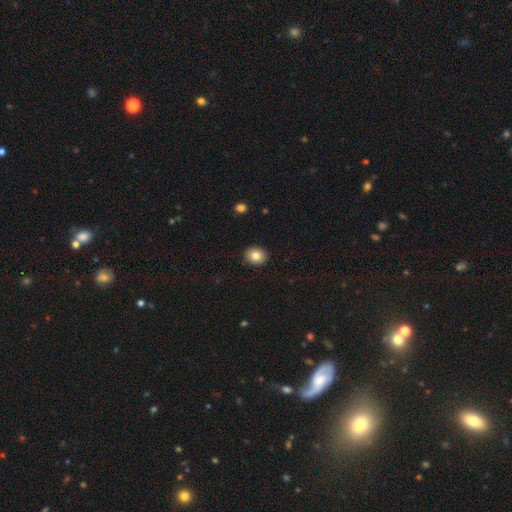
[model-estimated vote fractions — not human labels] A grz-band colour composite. It shows a smooth galaxy with no disk features (82%) that is round (61%). Merging: none (91%).